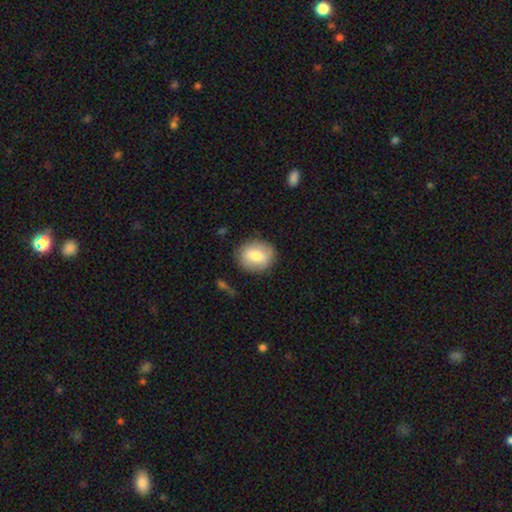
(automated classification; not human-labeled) Smooth or featured: smooth — 70% (featured or disk — 23%)
How rounded: round — 59% (in between — 39%)
Merging: none — 84% (minor disturbance — 11%)